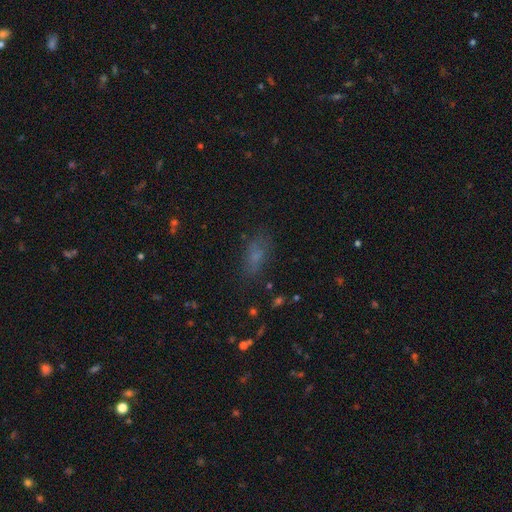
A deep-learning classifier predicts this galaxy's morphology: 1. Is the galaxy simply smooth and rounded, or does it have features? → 64% smooth, 22% star or artifact, 14% featured or disk.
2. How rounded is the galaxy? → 80% in between, 11% cigar-shaped, 9% round.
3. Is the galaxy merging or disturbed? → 71% none, 18% minor disturbance, 9% major disturbance, 3% merger.